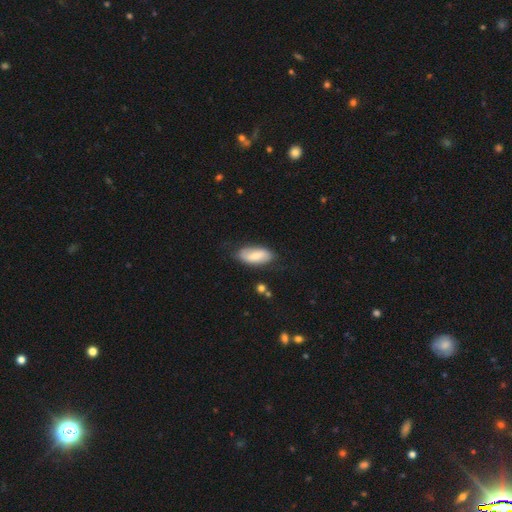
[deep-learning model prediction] smooth 66%, featured or disk 27%, star or artifact 6%. Down the decision tree: how rounded — in between (88%); merging — none (72%).